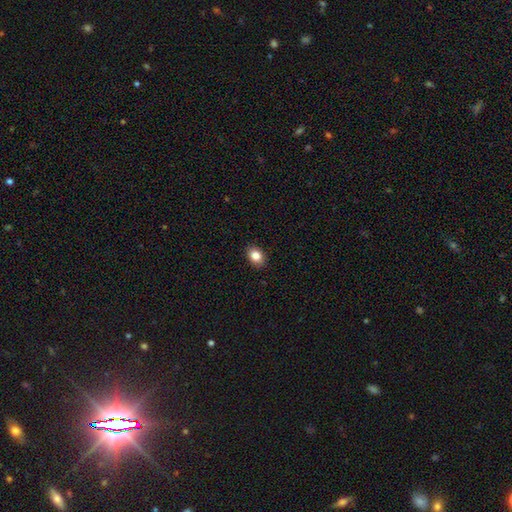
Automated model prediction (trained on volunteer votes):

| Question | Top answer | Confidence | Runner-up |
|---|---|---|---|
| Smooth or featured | smooth | 84% | star or artifact (9%) |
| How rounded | in between | 69% | round (30%) |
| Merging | none | 90% | minor disturbance (8%) |